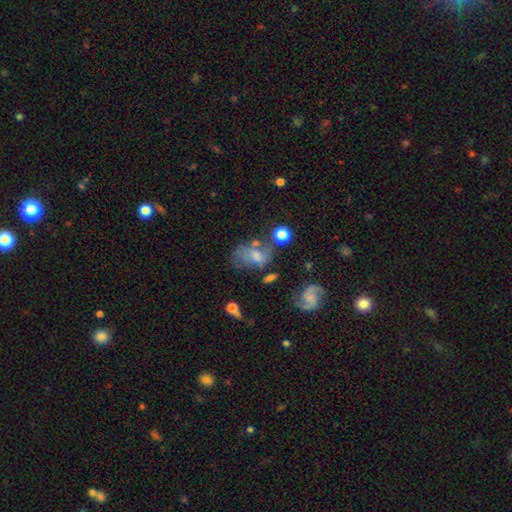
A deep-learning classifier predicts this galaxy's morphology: Q: Smooth or featured?
A: featured or disk (43%); tied with: smooth (43%)
Q: Merging?
A: none (42%); runner-up: minor disturbance (25%)